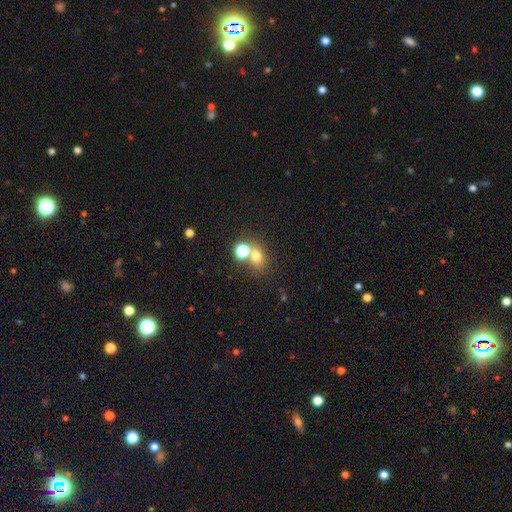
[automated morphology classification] Overall: smooth (68%). How rounded: round (60%; in between 39%). Merging: none (56%; merger 31%).